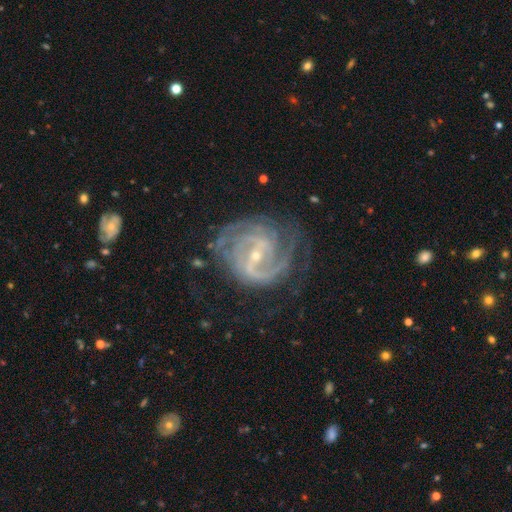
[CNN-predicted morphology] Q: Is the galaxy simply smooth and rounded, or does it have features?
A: featured or disk — 91%.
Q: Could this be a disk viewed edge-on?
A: no — 98%.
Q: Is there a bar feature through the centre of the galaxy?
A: weak — 47%.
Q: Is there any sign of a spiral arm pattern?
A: yes — 98%.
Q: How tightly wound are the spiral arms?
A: tight — 54%.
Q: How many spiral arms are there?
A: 2 — 44%.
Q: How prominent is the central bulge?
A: small — 74%.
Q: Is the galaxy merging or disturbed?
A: none — 66%.